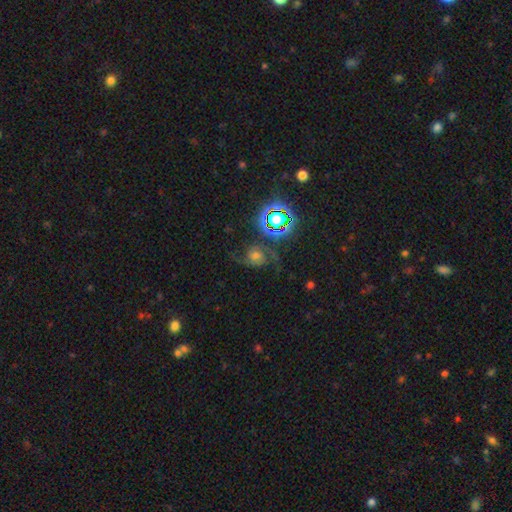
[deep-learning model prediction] The model was most divided on "spiral winding": loose: 49%, medium: 41%, tight: 11%. Remaining: edge-on disk — no (97%); spiral arms — yes (96%); spiral arm count — 2 (89%); bar — no (70%); smooth or featured — featured or disk (70%); merging — none (64%); bulge size — moderate (48%).